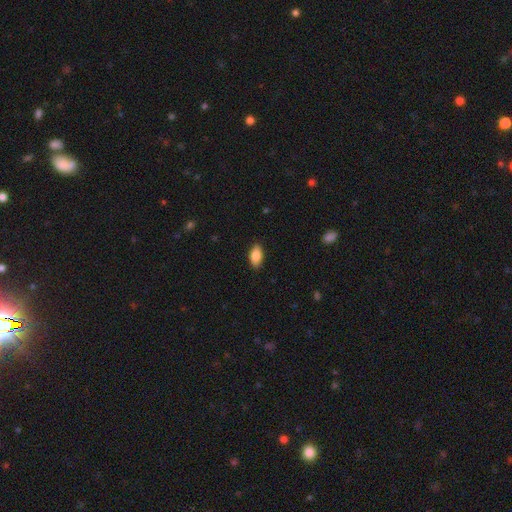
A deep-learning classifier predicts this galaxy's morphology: Smooth or featured: smooth — 84% (featured or disk — 9%)
How rounded: in between — 91% (cigar-shaped — 5%)
Merging: none — 88% (minor disturbance — 9%)